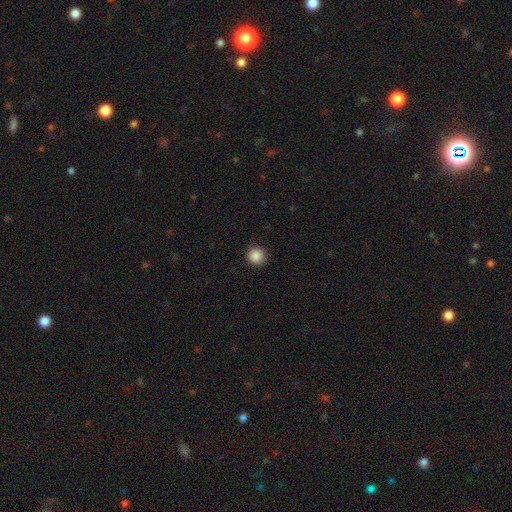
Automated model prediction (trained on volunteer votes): Morphology: type=smooth (88%); roundness=round (95%); merging=none (92%).